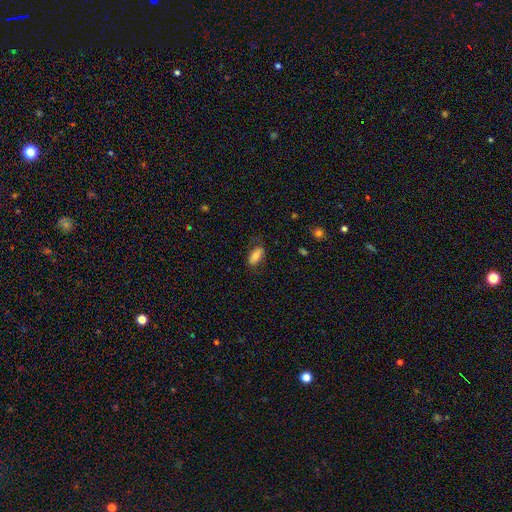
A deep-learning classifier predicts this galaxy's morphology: type=smooth (75%); roundness=in between (87%); merging=none (72%).